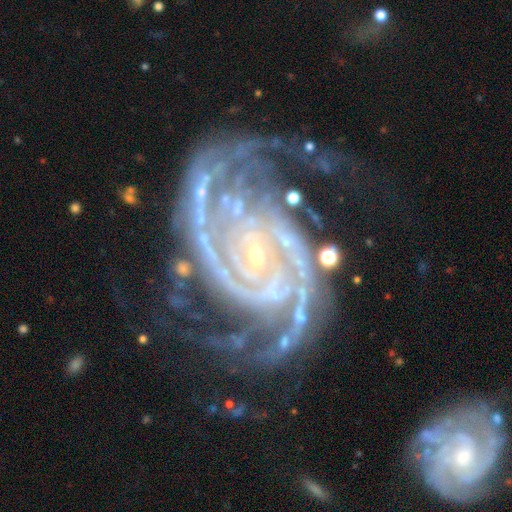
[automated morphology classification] Smooth or featured? featured or disk (94%)
Edge-on disk? no (98%)
Bar? no (47%)
Spiral arms? yes (99%)
Spiral winding? tight (51%)
Spiral arm count? 2 (59%)
Bulge size? small (86%)
Merging? none (51%)